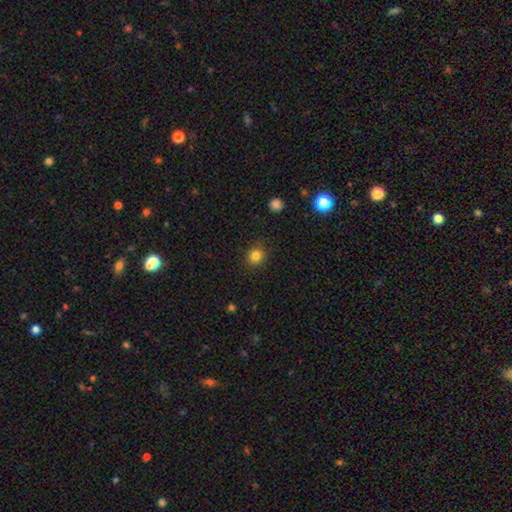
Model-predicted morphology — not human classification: Smooth or featured? Predicted: smooth (p=0.83). How rounded? Predicted: round (p=0.88). Merging? Predicted: none (p=0.89).